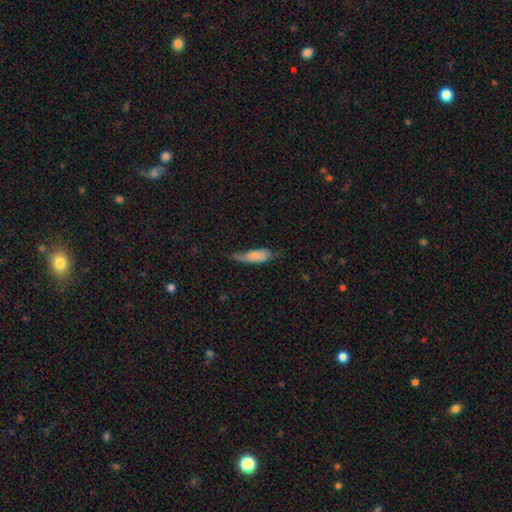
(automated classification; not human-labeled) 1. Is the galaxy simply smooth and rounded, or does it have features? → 69% smooth, 25% featured or disk, 6% star or artifact.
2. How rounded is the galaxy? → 57% in between, 41% cigar-shaped, 2% round.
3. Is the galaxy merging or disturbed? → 39% minor disturbance, 38% none, 20% major disturbance, 3% merger.